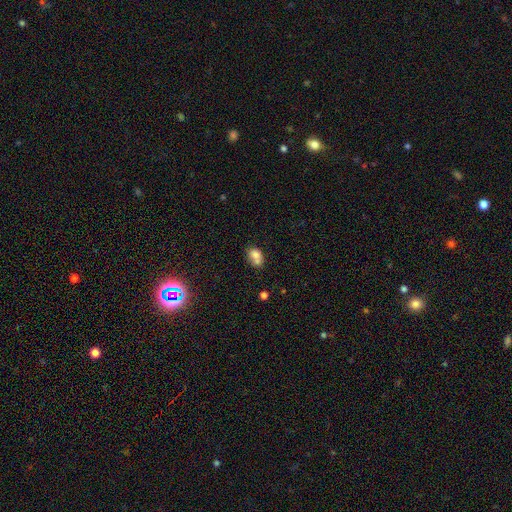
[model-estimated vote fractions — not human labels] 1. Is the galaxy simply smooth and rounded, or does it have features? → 71% smooth, 18% featured or disk, 11% star or artifact.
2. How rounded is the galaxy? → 61% in between, 38% round, 1% cigar-shaped.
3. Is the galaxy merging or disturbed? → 51% merger, 31% none, 13% minor disturbance, 5% major disturbance.